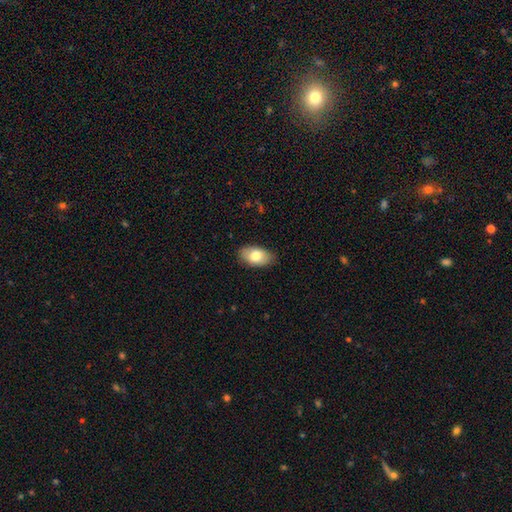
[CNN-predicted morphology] Smooth or featured? Predicted: smooth (p=0.80). How rounded? Predicted: in between (p=0.93). Merging? Predicted: none (p=0.83).